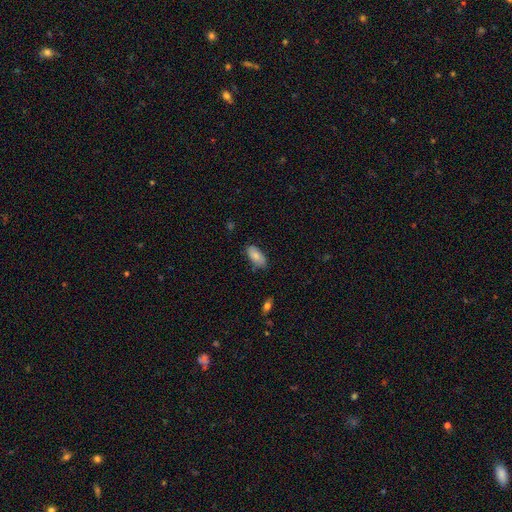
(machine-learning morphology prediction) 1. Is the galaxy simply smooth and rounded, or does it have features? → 80% smooth, 13% featured or disk, 6% star or artifact.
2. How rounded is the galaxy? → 92% in between, 5% cigar-shaped, 2% round.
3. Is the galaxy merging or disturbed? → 79% none, 17% minor disturbance, 3% major disturbance, 2% merger.